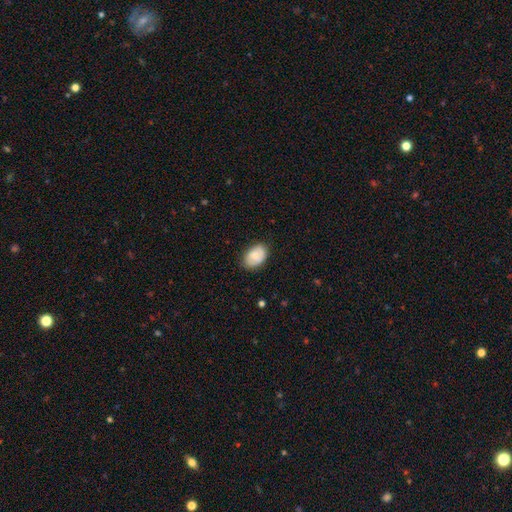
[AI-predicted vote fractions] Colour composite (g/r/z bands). It shows a smooth galaxy with no disk features (70%) that is in between round and cigar-shaped (86%). Merging: none (76%).